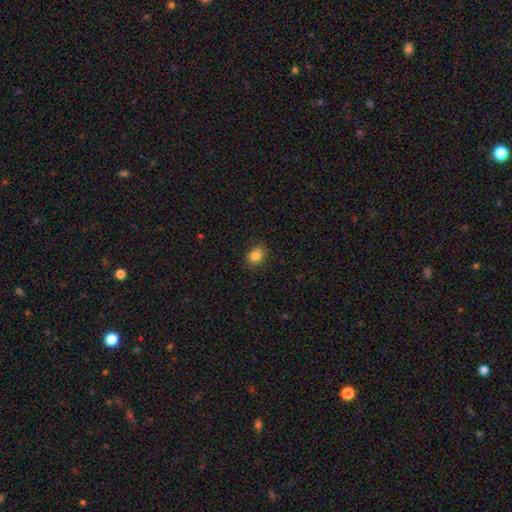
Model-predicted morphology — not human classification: smooth_or_featured: smooth (p=0.86) [alt: star or artifact p=0.10]
how_rounded: in between (p=0.53) [alt: round p=0.46]
merging: none (p=0.82) [alt: minor disturbance p=0.14]